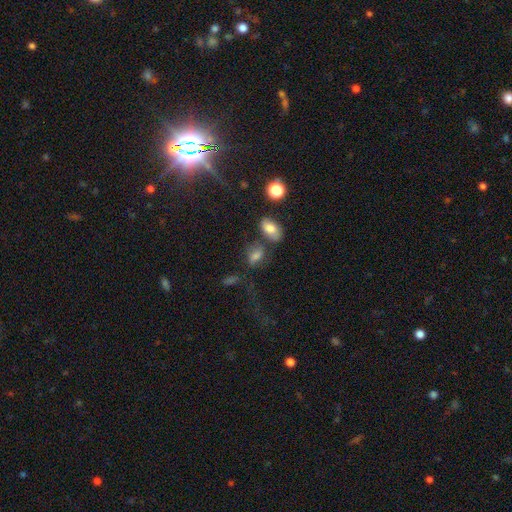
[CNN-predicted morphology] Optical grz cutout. It shows a smooth galaxy with no disk features (69%) that is in between round and cigar-shaped (81%). Merging: none (54%).